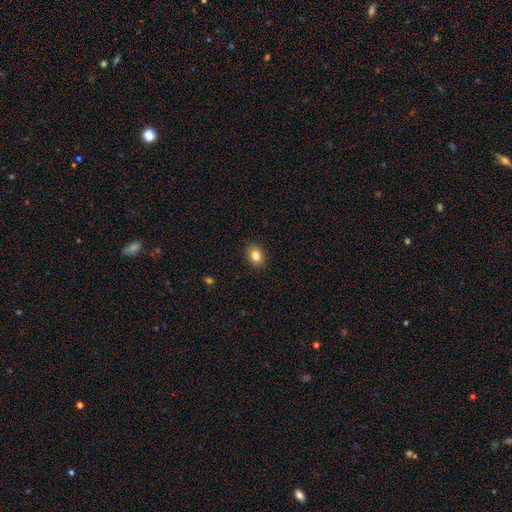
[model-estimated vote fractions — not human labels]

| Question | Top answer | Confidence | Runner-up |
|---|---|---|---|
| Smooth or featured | smooth | 82% | star or artifact (10%) |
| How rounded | in between | 55% | round (44%) |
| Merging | none | 90% | minor disturbance (7%) |